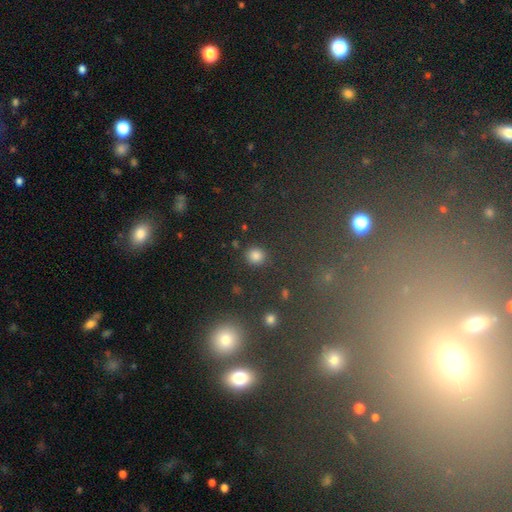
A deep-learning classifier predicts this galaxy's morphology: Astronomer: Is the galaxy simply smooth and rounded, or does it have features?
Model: smooth — 82%.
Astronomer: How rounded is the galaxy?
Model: round — 87%.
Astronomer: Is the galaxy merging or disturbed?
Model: none — 86%.